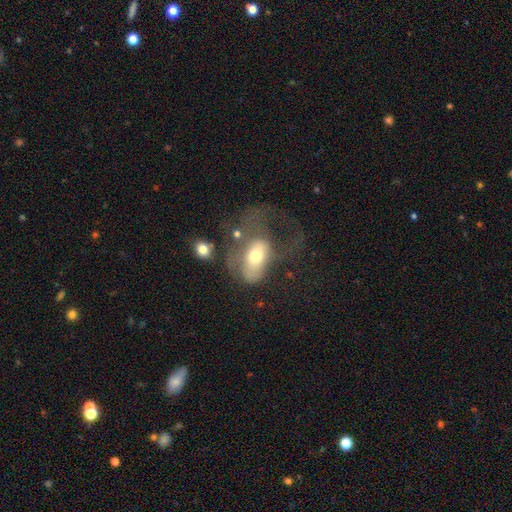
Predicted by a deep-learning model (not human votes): smooth 51%, featured or disk 41%, star or artifact 8%. Down the decision tree: how rounded — in between (83%); merging — major disturbance (64%).